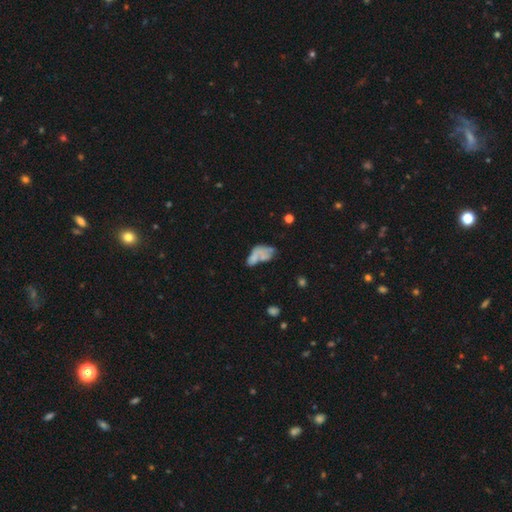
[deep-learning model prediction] smooth_or_featured: smooth (p=0.54) [alt: featured or disk p=0.34]
how_rounded: in between (p=0.87) [alt: round p=0.09]
merging: merger (p=0.44) [alt: none p=0.21]